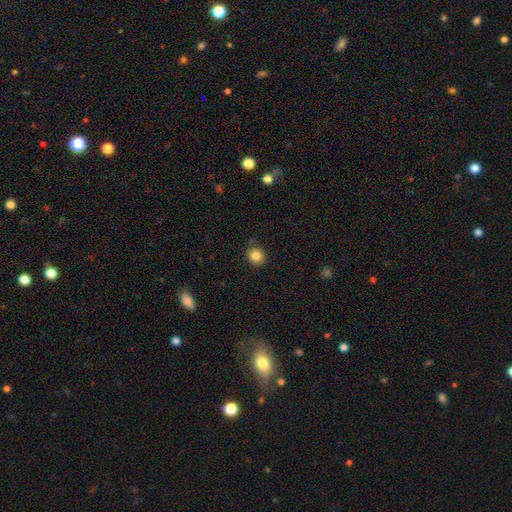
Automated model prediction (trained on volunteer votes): smooth 85%, star or artifact 11%, featured or disk 5%. Down the decision tree: how rounded — round (86%); merging — none (83%).